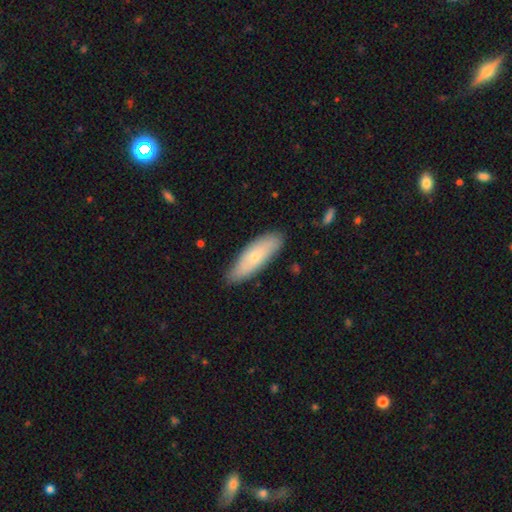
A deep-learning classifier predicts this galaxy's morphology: Q: Smooth or featured?
A: smooth (65%); runner-up: featured or disk (29%)
Q: How rounded?
A: in between (53%); runner-up: cigar-shaped (45%)
Q: Merging?
A: none (81%); runner-up: minor disturbance (15%)